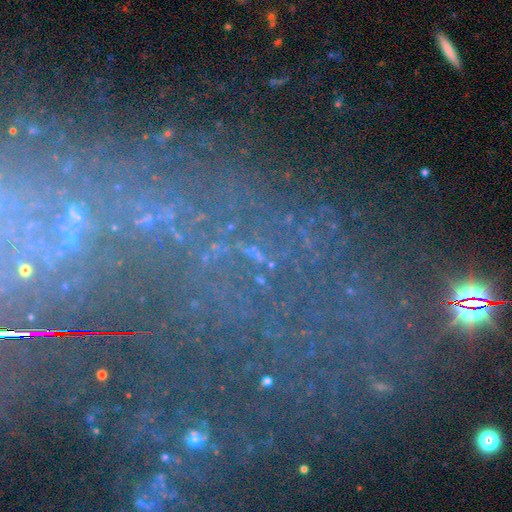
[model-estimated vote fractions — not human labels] Smooth or featured: star or artifact — 73% (featured or disk — 14%)